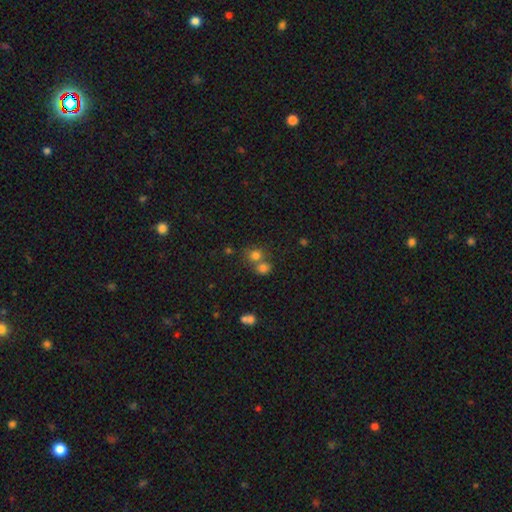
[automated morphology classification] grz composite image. It shows a smooth galaxy with no disk features (74%) that is round (77%). Merging: none (45%).